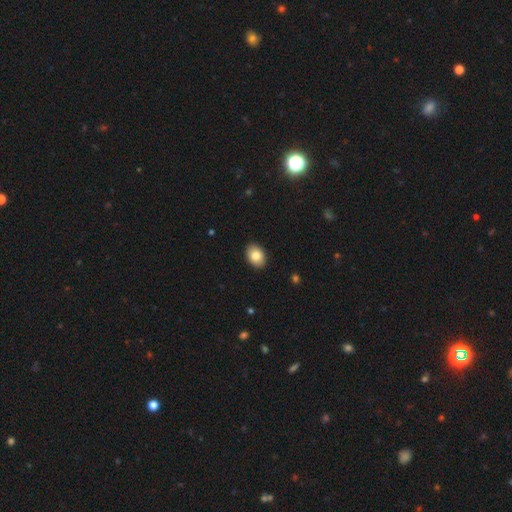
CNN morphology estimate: This appears to be a smooth galaxy with no disk features (83%) that is in between round and cigar-shaped (79%). Merging: none (91%).